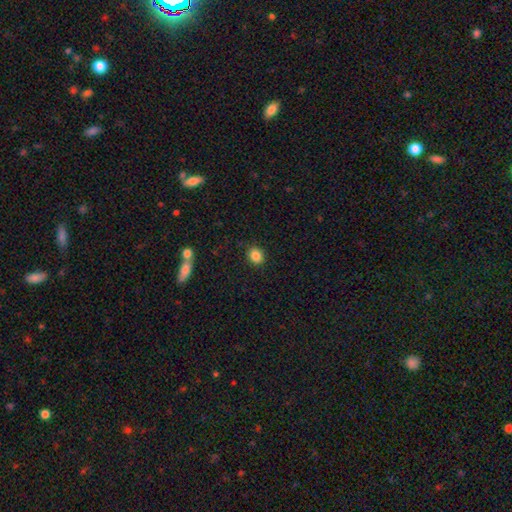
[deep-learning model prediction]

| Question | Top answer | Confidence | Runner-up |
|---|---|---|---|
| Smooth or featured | smooth | 86% | star or artifact (10%) |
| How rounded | round | 67% | in between (32%) |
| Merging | none | 88% | minor disturbance (7%) |